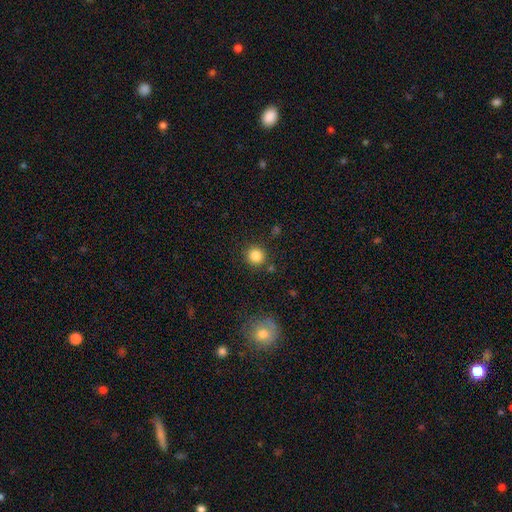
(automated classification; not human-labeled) The model was most divided on "smooth or featured": smooth: 84%, star or artifact: 11%, featured or disk: 5%. More confident: how rounded — round (92%); merging — none (87%).